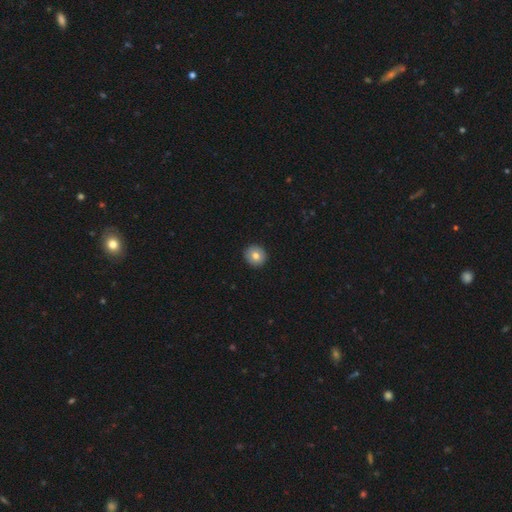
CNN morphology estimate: Smooth or featured? smooth (78%)
How rounded? round (92%)
Merging? none (93%)